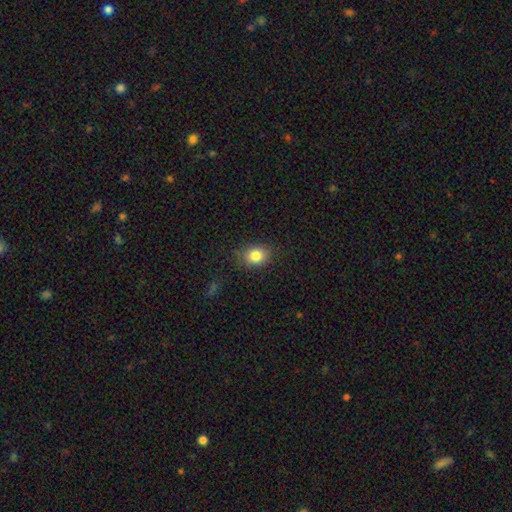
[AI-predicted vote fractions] The model was most divided on "how rounded": round: 55%, in between: 44%, cigar-shaped: 1%. More confident: smooth or featured — smooth (82%); merging — none (81%).